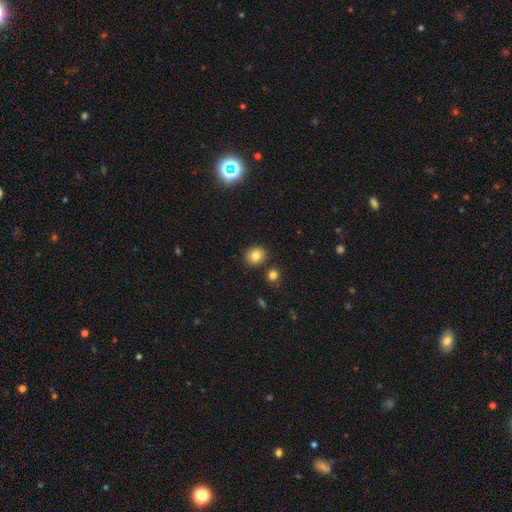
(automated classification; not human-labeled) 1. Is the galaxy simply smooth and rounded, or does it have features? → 82% smooth, 11% star or artifact, 8% featured or disk.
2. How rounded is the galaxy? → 74% round, 25% in between, 1% cigar-shaped.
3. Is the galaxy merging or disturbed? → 84% none, 8% minor disturbance, 6% merger, 2% major disturbance.